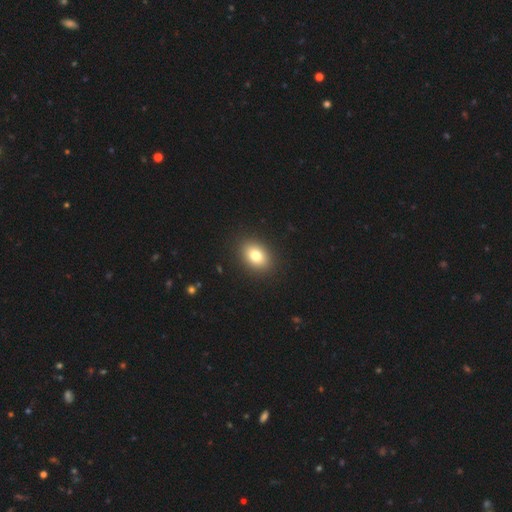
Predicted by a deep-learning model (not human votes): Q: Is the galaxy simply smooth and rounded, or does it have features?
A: smooth — 79%.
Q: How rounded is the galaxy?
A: in between — 71%.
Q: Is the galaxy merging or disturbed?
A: none — 90%.